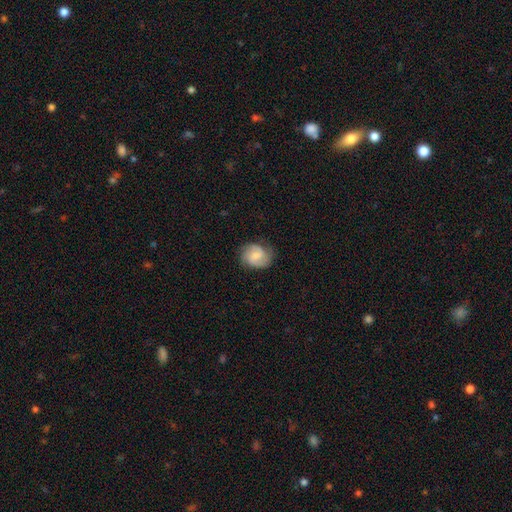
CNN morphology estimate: smooth_or_featured: featured or disk (p=0.62) [alt: smooth p=0.31]
disk_edge_on: no (p=0.98) [alt: yes p=0.02]
bar: weak (p=0.55) [alt: no p=0.33]
has_spiral_arms: yes (p=0.94) [alt: no p=0.06]
spiral_winding: medium (p=0.49) [alt: tight p=0.29]
spiral_arm_count: 2 (p=0.83) [alt: can't tell p=0.08]
bulge_size: small (p=0.44) [alt: moderate p=0.32]
merging: none (p=0.77) [alt: minor disturbance p=0.17]